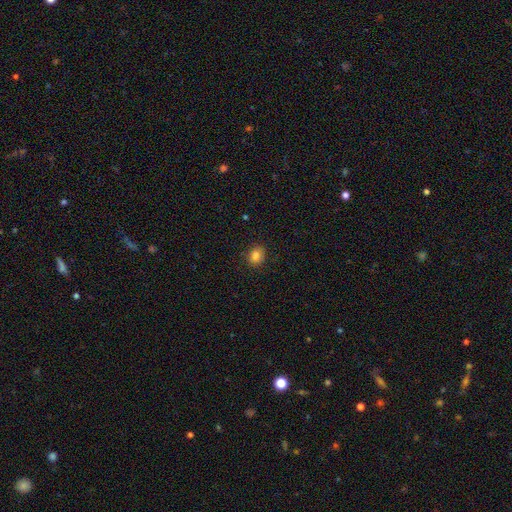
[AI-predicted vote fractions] This is clearly a smooth galaxy (83%). How rounded: possibly round (54%). Merging: clearly none (86%).